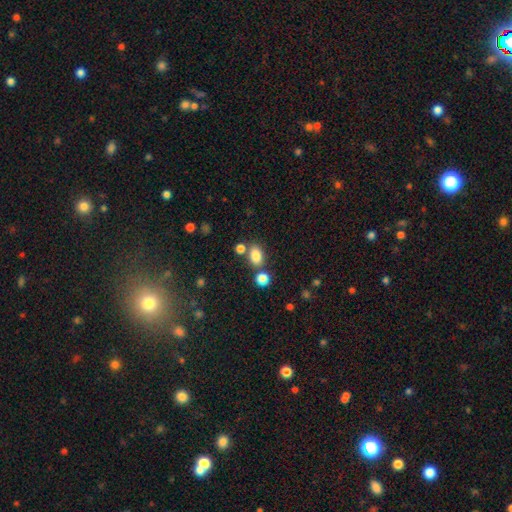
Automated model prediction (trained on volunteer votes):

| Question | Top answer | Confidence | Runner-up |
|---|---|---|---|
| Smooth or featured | smooth | 82% | star or artifact (11%) |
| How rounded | in between | 76% | round (22%) |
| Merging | none | 67% | merger (17%) |